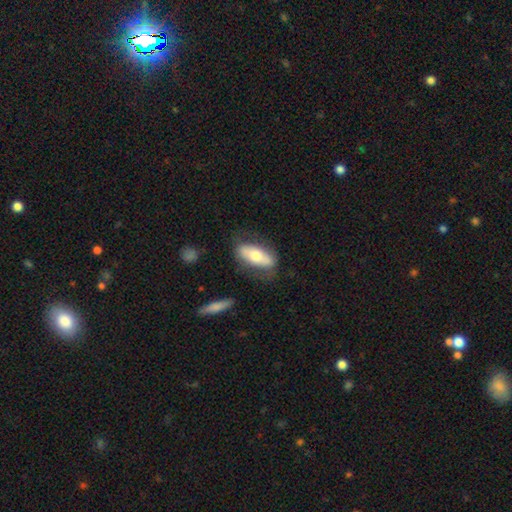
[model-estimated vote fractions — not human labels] Morphology: type=smooth (60%); roundness=in between (75%); merging=none (72%).